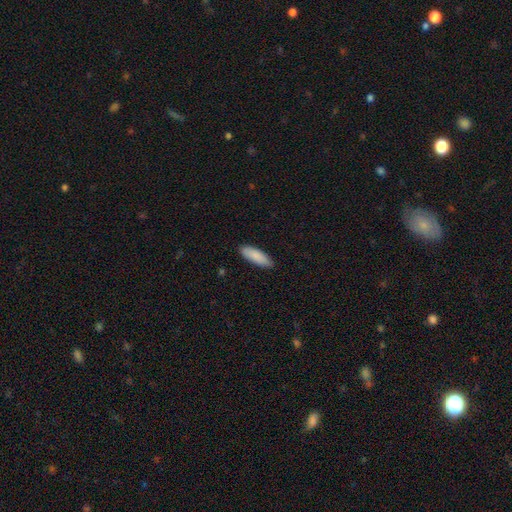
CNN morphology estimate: smooth-or-featured: smooth: 89% | featured or disk: 6% | star or artifact: 5%
  how-rounded: in between: 54% | cigar-shaped: 44% | round: 1%
  merging: none: 88% | minor disturbance: 9% | major disturbance: 2% | merger: 1%